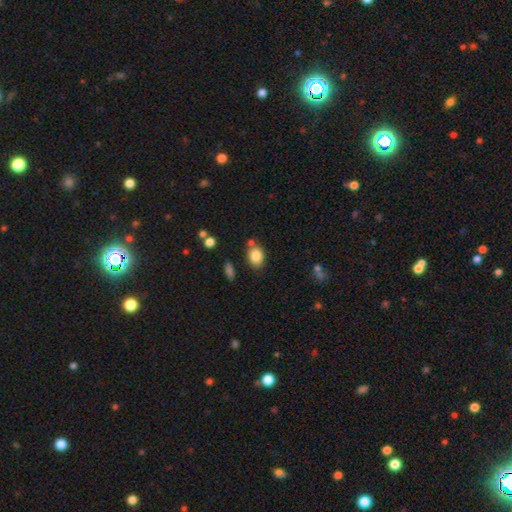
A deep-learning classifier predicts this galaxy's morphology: A smooth galaxy with no disk features (85%) that is in between round and cigar-shaped (70%).

Vote fractions:
- Smooth or featured? smooth: 85% / star or artifact: 9% / featured or disk: 6%
- How rounded? in between: 70% / round: 29% / cigar-shaped: 1%
- Merging? none: 70% / minor disturbance: 15% / merger: 11% / major disturbance: 4%